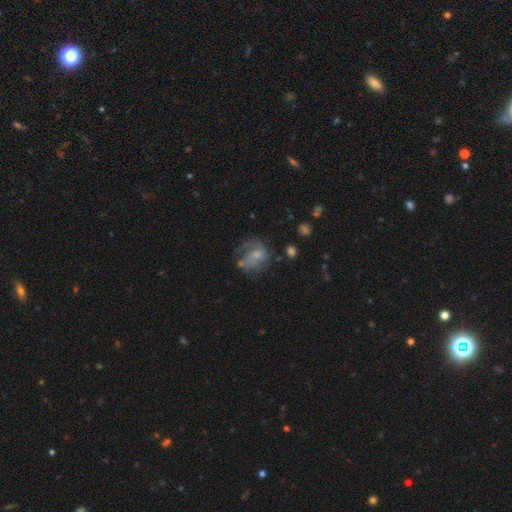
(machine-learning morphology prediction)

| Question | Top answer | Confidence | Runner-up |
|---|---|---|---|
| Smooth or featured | featured or disk | 55% | smooth (35%) |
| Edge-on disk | no | 98% | yes (2%) |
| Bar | no | 65% | weak (30%) |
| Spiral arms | yes | 65% | no (35%) |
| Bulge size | small | 46% | moderate (34%) |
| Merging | none | 39% | major disturbance (33%) |